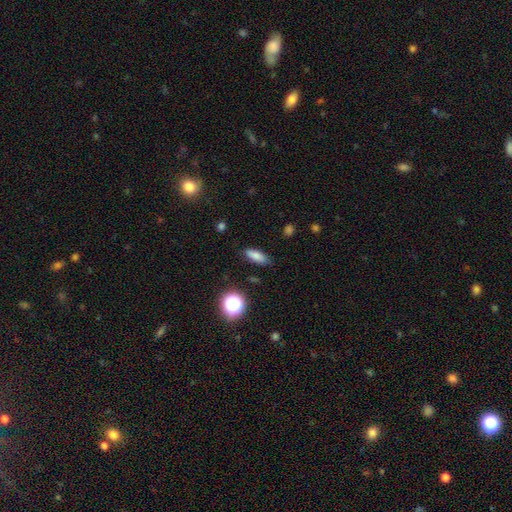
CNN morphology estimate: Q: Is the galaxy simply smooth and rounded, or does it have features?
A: smooth — 80%.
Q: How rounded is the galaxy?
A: in between — 65%.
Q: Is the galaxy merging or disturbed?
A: none — 82%.